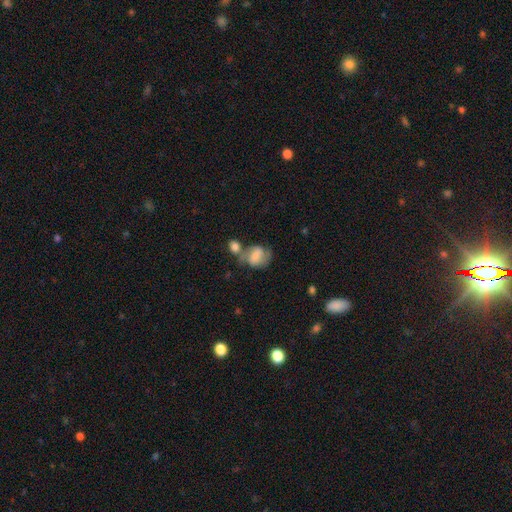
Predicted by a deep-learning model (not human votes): smooth_or_featured: smooth (p=0.49) [alt: featured or disk p=0.42]
merging: merger (p=0.35) [alt: none p=0.33]